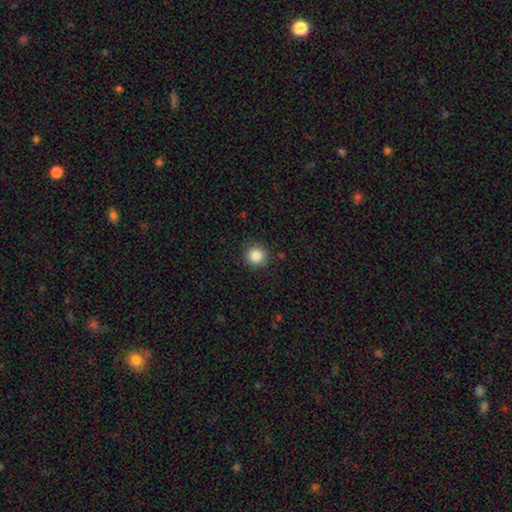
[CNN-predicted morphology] Smooth or featured: smooth — 86% (star or artifact — 10%)
How rounded: round — 93% (in between — 6%)
Merging: none — 89% (minor disturbance — 8%)